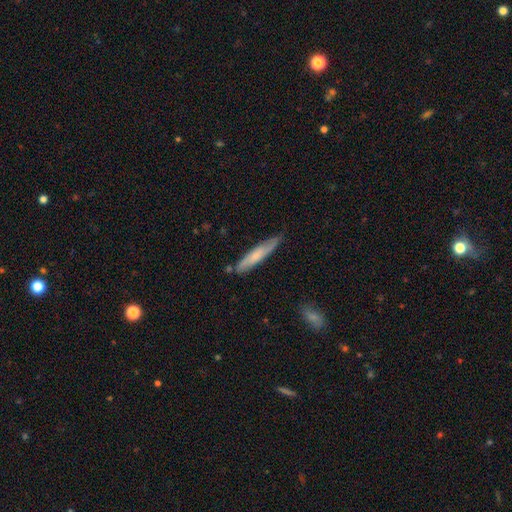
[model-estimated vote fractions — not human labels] Overall: smooth (59%; featured or disk 36%). How rounded: cigar-shaped (90%). Merging: none (77%).